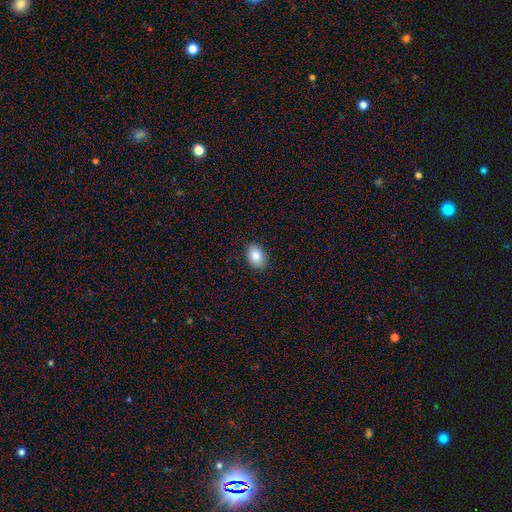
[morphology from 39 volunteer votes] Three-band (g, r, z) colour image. It shows a smooth galaxy with no disk features (82%) that is in between round and cigar-shaped (91%). Merging: none (92%).